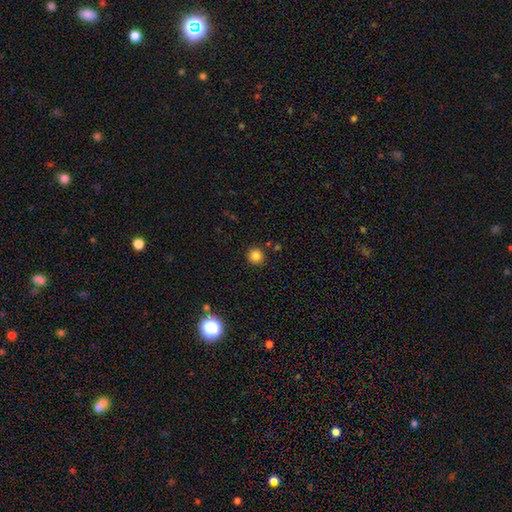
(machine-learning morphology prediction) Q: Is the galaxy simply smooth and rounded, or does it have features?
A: smooth — 83%.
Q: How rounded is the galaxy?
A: round — 94%.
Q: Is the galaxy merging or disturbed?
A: none — 89%.